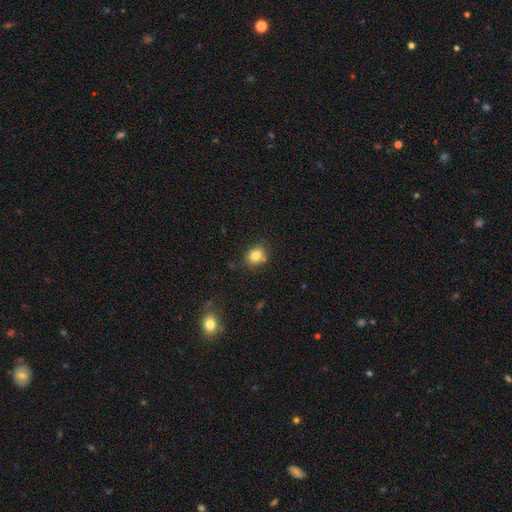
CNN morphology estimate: The model was most divided on "how rounded": round: 64%, in between: 35%, cigar-shaped: 1%. More confident: smooth or featured — smooth (81%); merging — none (73%).